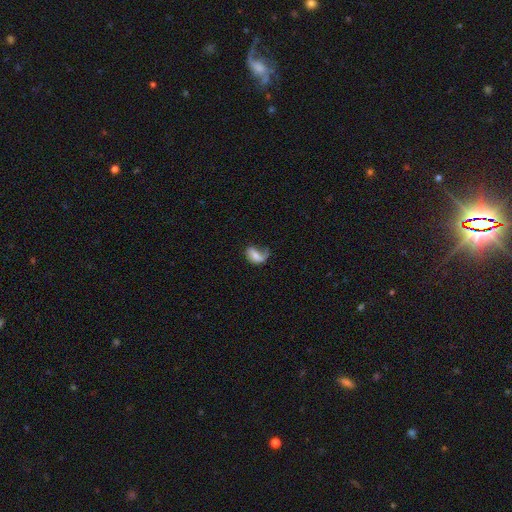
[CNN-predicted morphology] Smooth or featured: smooth — 51% (featured or disk — 41%)
How rounded: in between — 85% (round — 12%)
Merging: major disturbance — 40% (none — 30%)